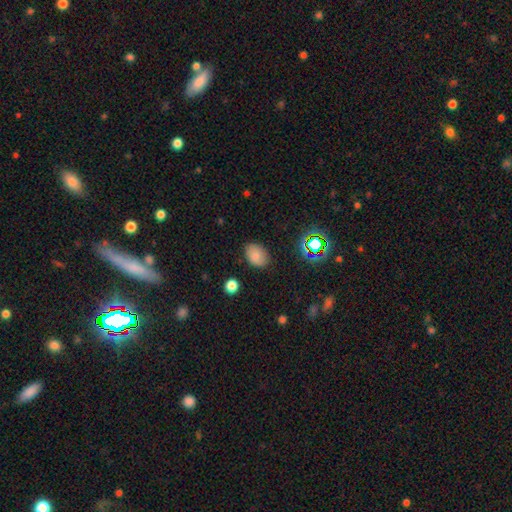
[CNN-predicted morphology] Q: Smooth or featured?
A: smooth (80%); runner-up: star or artifact (12%)
Q: How rounded?
A: in between (75%); runner-up: round (24%)
Q: Merging?
A: none (82%); runner-up: minor disturbance (13%)